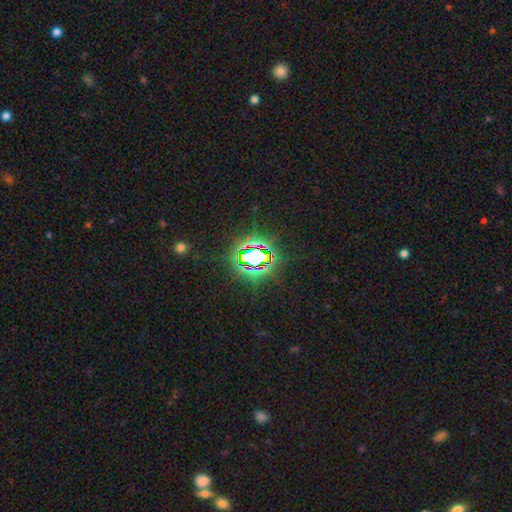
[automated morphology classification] type=star or artifact (76%).